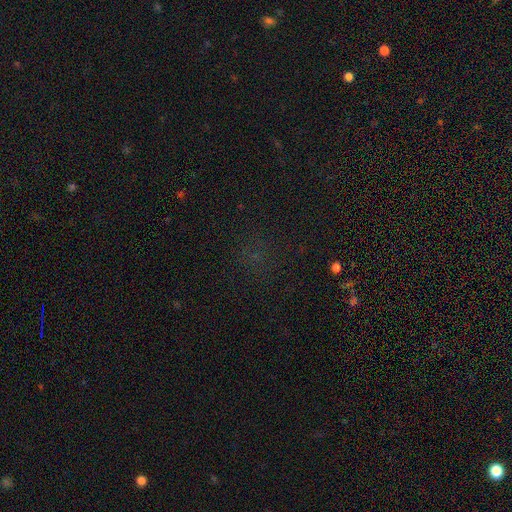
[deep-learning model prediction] This appears to be a star or artifact, not a galaxy (60%).